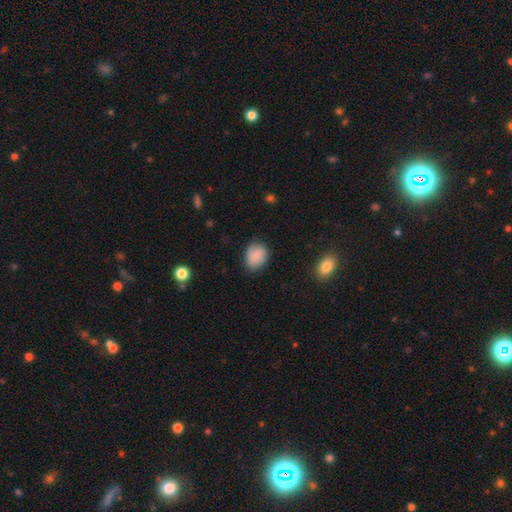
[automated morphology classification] Smooth or featured?
  - smooth: 84% *
  - star or artifact: 9%
  - featured or disk: 8%
How rounded?
  - in between: 53% *
  - round: 46%
  - cigar-shaped: 1%
Merging?
  - none: 75% *
  - minor disturbance: 20%
  - major disturbance: 4%
  - merger: 1%